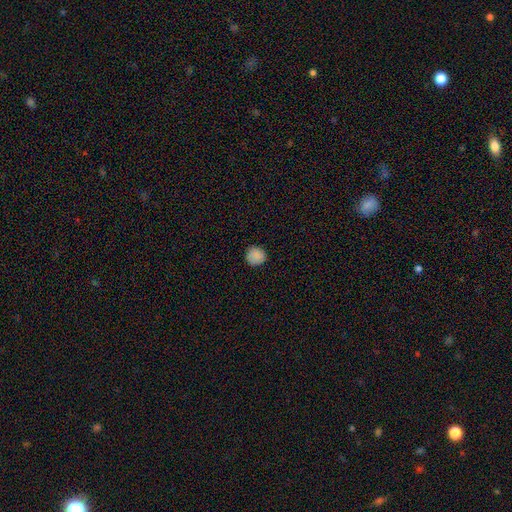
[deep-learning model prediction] Morphology: type=smooth (88%); roundness=round (92%); merging=none (89%).